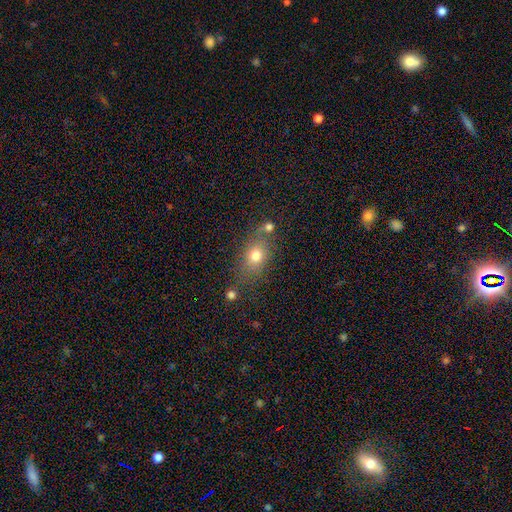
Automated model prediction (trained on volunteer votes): smooth 73%, featured or disk 14%, star or artifact 13%. Down the decision tree: how rounded — in between (62%); merging — none (61%).